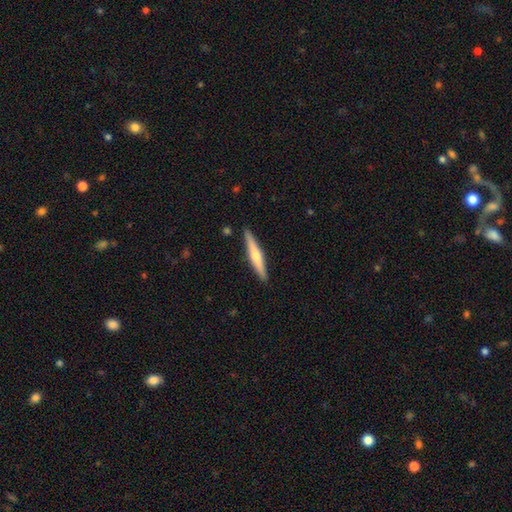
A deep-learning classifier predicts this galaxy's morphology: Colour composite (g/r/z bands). It shows a featured or disk galaxy (52%) viewed edge-on (96%) with a rounded central bulge (82%). Merging: none (91%).